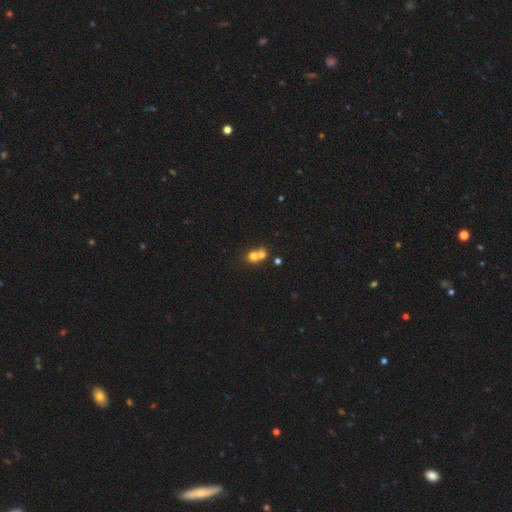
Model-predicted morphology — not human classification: Overall: smooth (69%). How rounded: round (72%). Merging: merger (64%; none 27%).